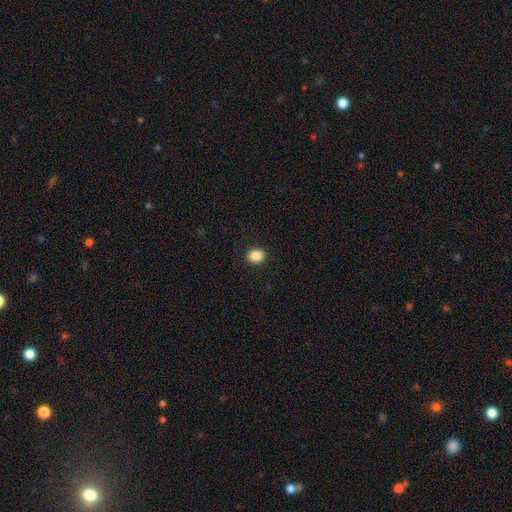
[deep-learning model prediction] Smooth or featured? smooth (87%)
How rounded? round (55%)
Merging? none (91%)